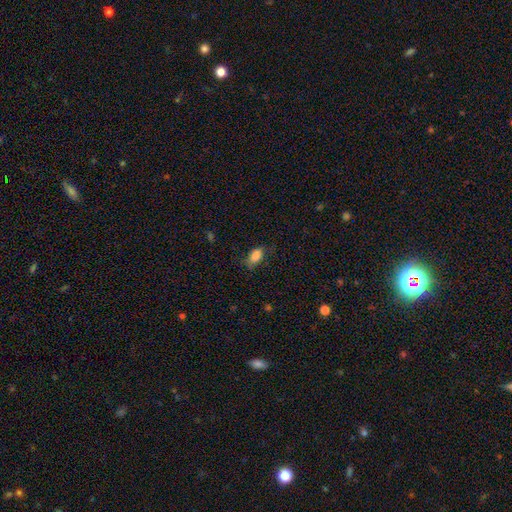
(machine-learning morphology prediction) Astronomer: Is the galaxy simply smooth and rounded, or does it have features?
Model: smooth — 84%.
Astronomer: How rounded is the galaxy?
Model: in between — 88%.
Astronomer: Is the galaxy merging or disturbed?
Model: none — 70%.